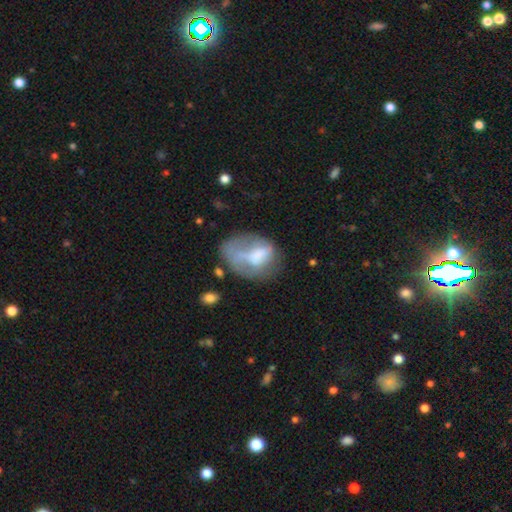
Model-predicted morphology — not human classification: Smooth or featured? smooth (51%)
How rounded? in between (72%)
Merging? major disturbance (38%)